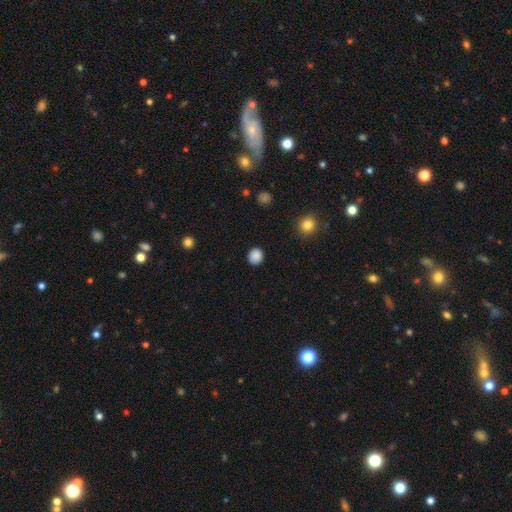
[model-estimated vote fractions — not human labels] This appears to be a smooth galaxy with no disk features (87%) that is round (86%). Merging: none (90%).